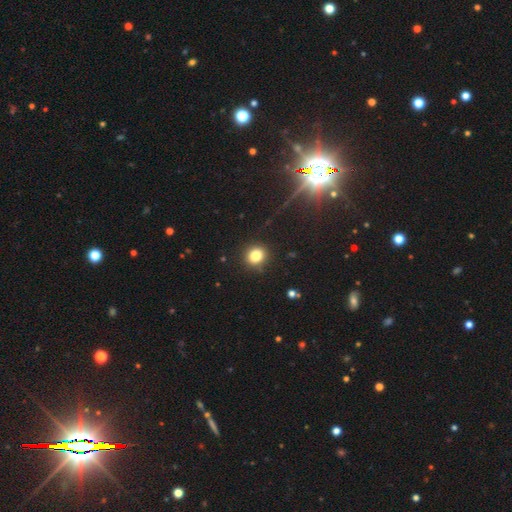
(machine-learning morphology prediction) Smooth or featured: smooth — 81% (star or artifact — 13%)
How rounded: round — 82% (in between — 17%)
Merging: none — 88% (minor disturbance — 8%)